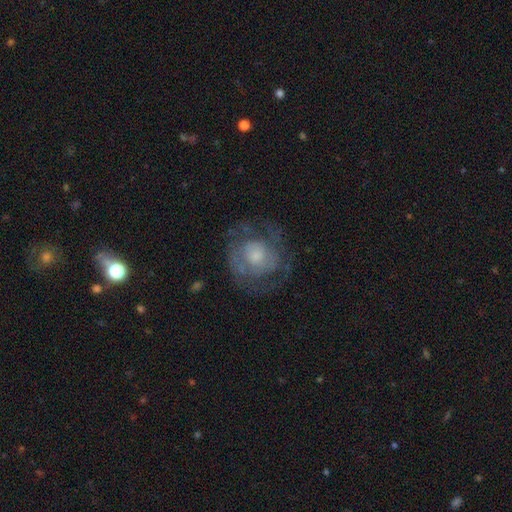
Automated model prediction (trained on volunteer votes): smooth-or-featured: featured or disk: 64% | smooth: 28% | star or artifact: 8%
  disk-edge-on: no: 97% | yes: 3%
    bar: no: 76% | weak: 21% | strong: 4%
    has-spiral-arms: yes: 69% | no: 31%
    bulge-size: moderate: 43% | small: 37% | large: 11% | none: 7% | dominant: 2%
  merging: none: 65% | minor disturbance: 17% | major disturbance: 16% | merger: 1%